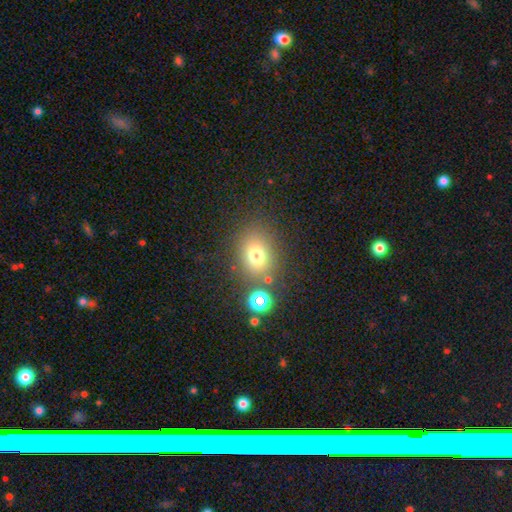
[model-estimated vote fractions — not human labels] smooth 73%, star or artifact 17%, featured or disk 10%. Down the decision tree: how rounded — round (52%); merging — none (74%).